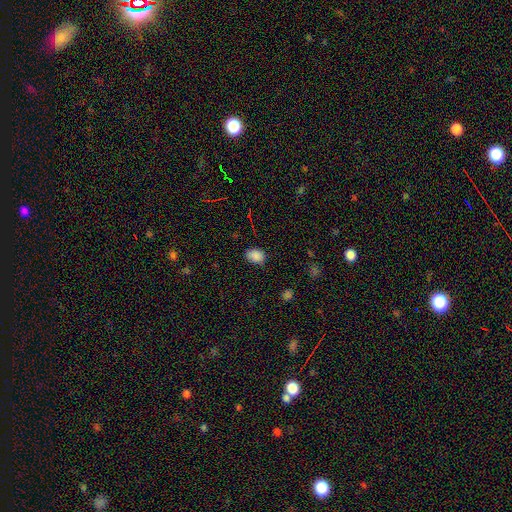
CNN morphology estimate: Smooth or featured? smooth (86%)
How rounded? in between (70%)
Merging? none (77%)